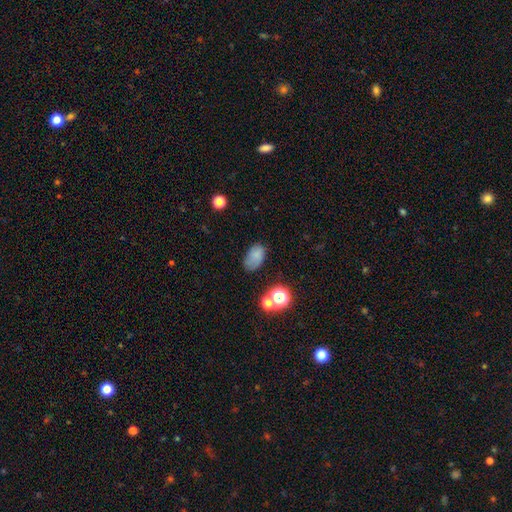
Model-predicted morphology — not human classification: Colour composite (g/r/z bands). It shows a smooth galaxy with no disk features (72%) that is in between round and cigar-shaped (87%). Merging: none (60%).